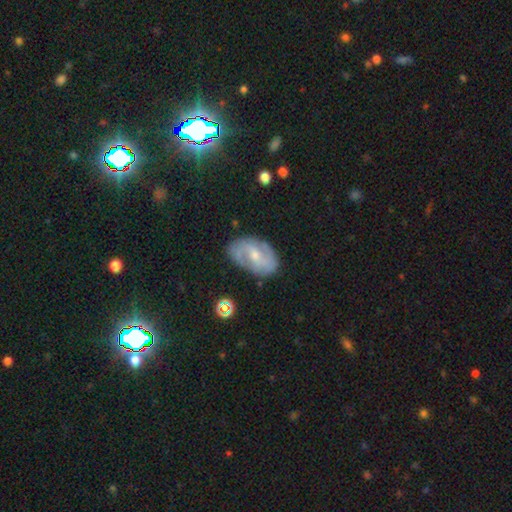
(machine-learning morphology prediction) Q: Smooth or featured?
A: featured or disk (68%); runner-up: smooth (25%)
Q: Edge-on disk?
A: no (96%); runner-up: yes (4%)
Q: Bar?
A: weak (47%); runner-up: no (40%)
Q: Spiral arms?
A: yes (82%); runner-up: no (18%)
Q: Spiral winding?
A: medium (44%); runner-up: tight (29%)
Q: Spiral arm count?
A: 2 (73%); runner-up: can't tell (17%)
Q: Bulge size?
A: small (53%); runner-up: moderate (42%)
Q: Merging?
A: none (72%); runner-up: minor disturbance (20%)